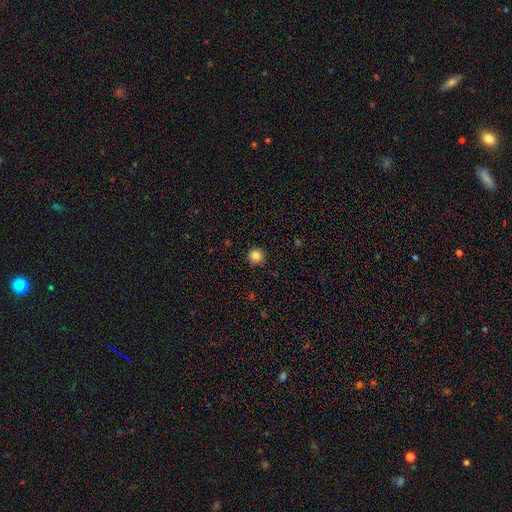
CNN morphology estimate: smooth_or_featured: smooth (p=0.85) [alt: star or artifact p=0.11]
how_rounded: round (p=0.95) [alt: in between p=0.04]
merging: none (p=0.93) [alt: minor disturbance p=0.05]